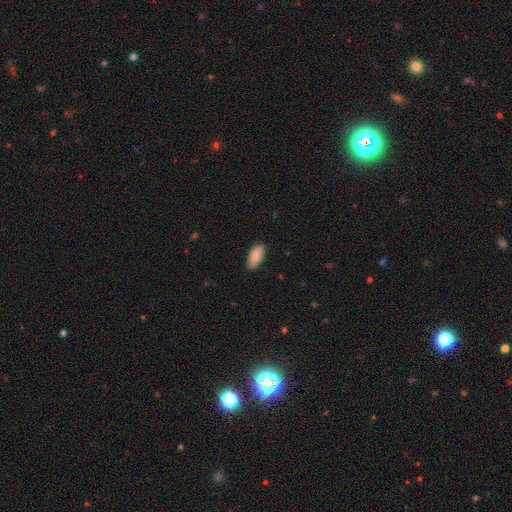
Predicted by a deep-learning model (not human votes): A smooth galaxy with no disk features (87%) that is in between round and cigar-shaped (91%). Merging: none (86%).